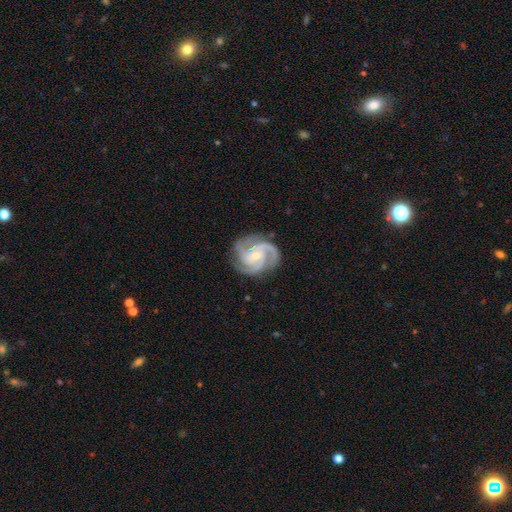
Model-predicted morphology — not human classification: Overall: featured or disk (93%). Edge-on disk: no (98%). Bar: no (62%; weak 29%). Spiral arms: yes (99%). Spiral arm count: 3 (71%). Spiral winding: tight (53%; medium 42%). Bulge size: small (65%; moderate 32%). Merging: none (79%).